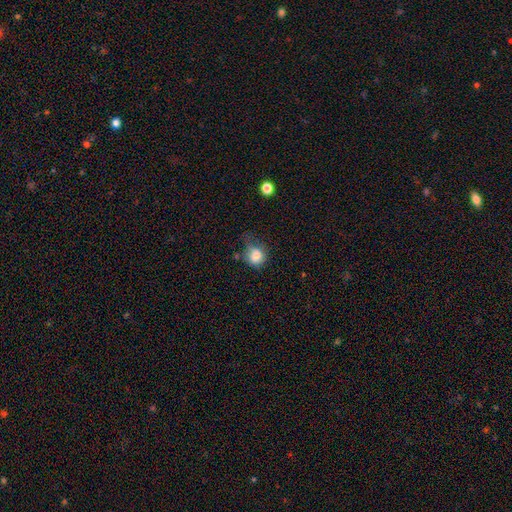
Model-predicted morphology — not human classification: This is clearly a smooth galaxy (83%). How rounded: likely round (70%). Merging: marginally none (40%).